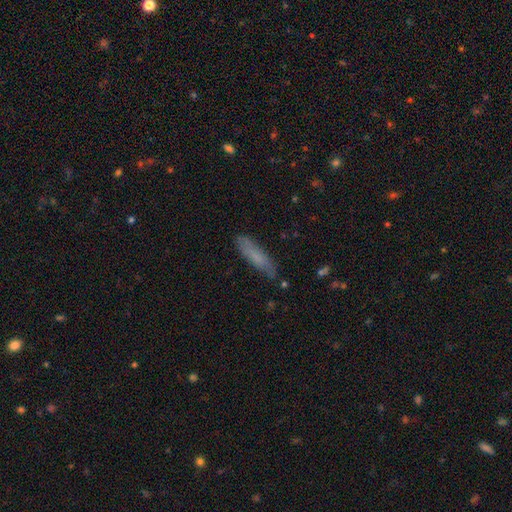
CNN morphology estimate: Smooth or featured: smooth — 73% (featured or disk — 20%)
How rounded: cigar-shaped — 76% (in between — 23%)
Merging: none — 78% (minor disturbance — 16%)